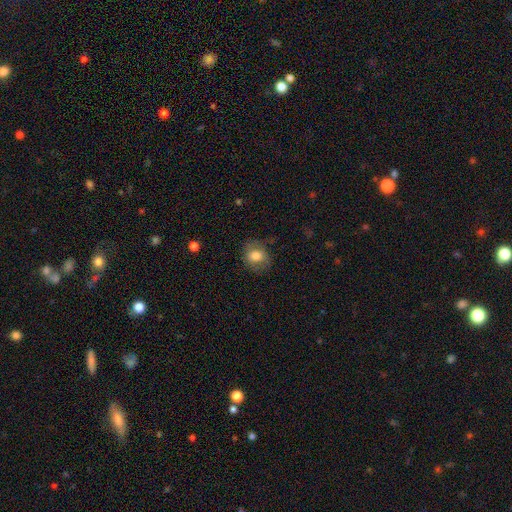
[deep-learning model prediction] A smooth galaxy with no disk features (76%) that is round (61%). Merging: none (73%).